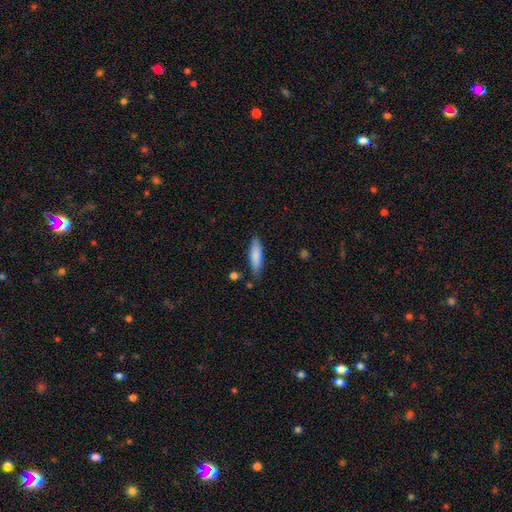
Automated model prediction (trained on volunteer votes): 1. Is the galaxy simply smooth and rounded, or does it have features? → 82% smooth, 13% featured or disk, 6% star or artifact.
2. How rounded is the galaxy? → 62% cigar-shaped, 36% in between, 2% round.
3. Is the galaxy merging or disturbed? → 80% none, 15% minor disturbance, 3% merger, 3% major disturbance.